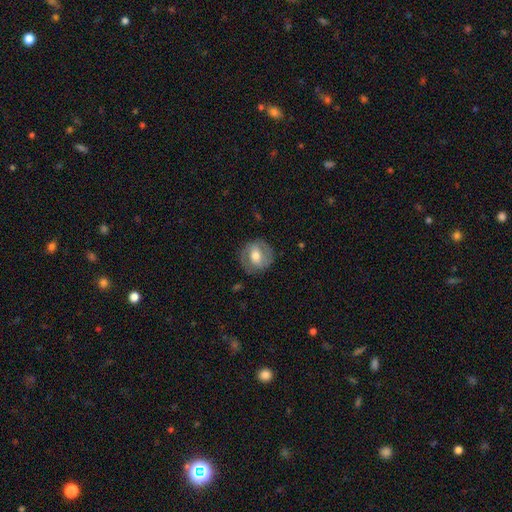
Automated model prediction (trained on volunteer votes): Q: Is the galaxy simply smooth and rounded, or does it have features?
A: featured or disk — 49%.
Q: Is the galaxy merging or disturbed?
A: none — 80%.